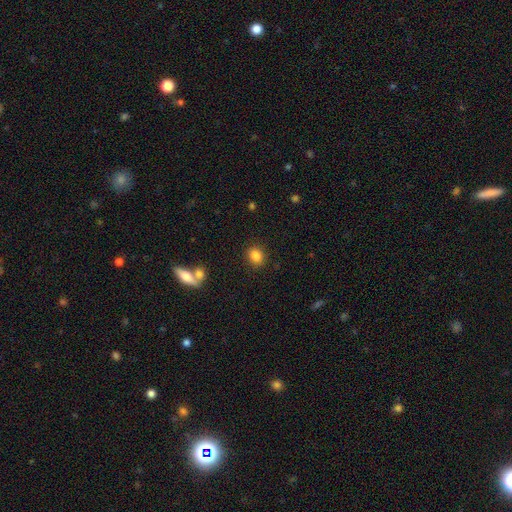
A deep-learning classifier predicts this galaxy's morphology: A smooth galaxy with no disk features (85%) that is round (54%). Merging: none (86%).